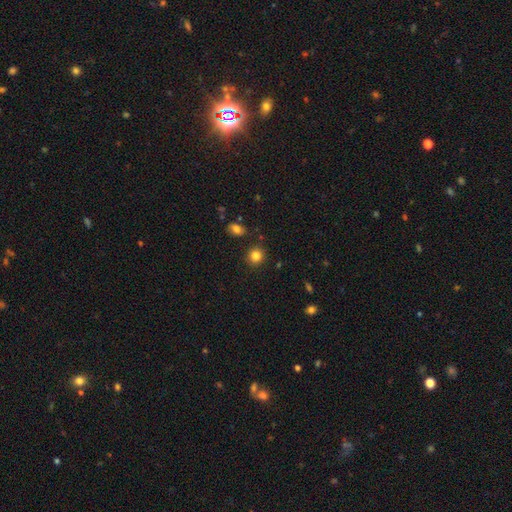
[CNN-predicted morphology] This appears to be a smooth galaxy with no disk features (84%) that is round (86%). Merging: none (87%).